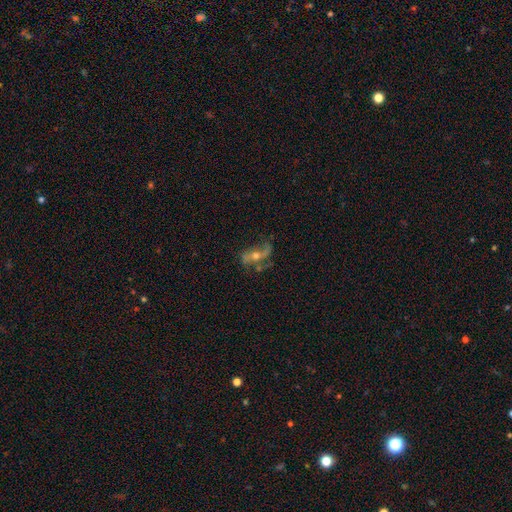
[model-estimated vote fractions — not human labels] Smooth or featured: featured or disk — 75% (smooth — 17%)
Edge-on disk: no — 90% (yes — 10%)
Bar: no — 47% (weak — 27%)
Spiral arms: yes — 85% (no — 15%)
Spiral winding: loose — 70% (medium — 23%)
Spiral arm count: 2 — 84% (1 — 7%)
Bulge size: moderate — 63% (small — 30%)
Merging: none — 56% (minor disturbance — 22%)